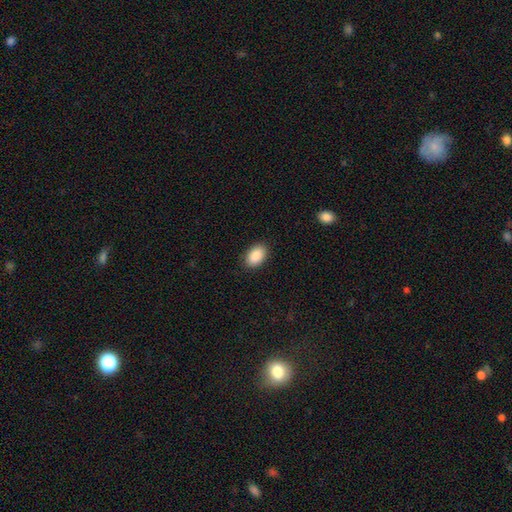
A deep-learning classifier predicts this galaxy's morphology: Smooth or featured?
  - smooth: 90% *
  - star or artifact: 7%
  - featured or disk: 3%
How rounded?
  - in between: 91% *
  - round: 8%
  - cigar-shaped: 1%
Merging?
  - none: 89% *
  - minor disturbance: 8%
  - major disturbance: 2%
  - merger: 1%